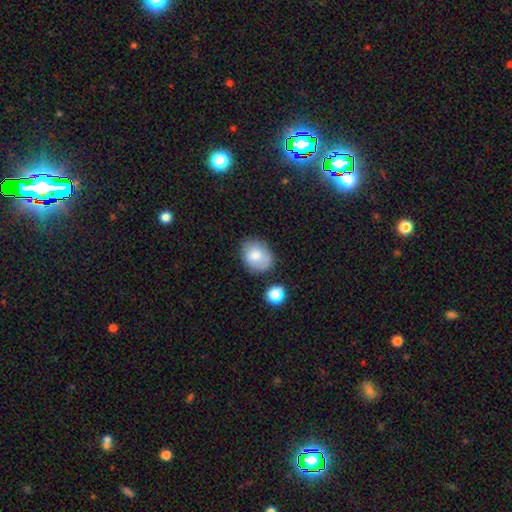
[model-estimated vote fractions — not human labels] This is clearly a smooth galaxy (81%). How rounded: possibly in between (52%). Merging: likely none (71%).